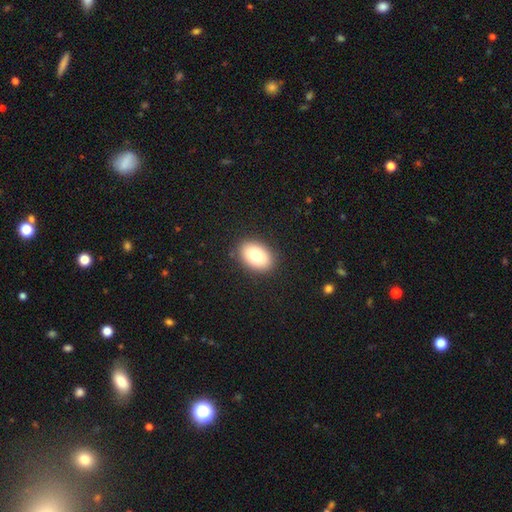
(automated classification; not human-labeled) Smooth or featured?
  - smooth: 78% *
  - featured or disk: 13%
  - star or artifact: 8%
How rounded?
  - in between: 83% *
  - round: 16%
  - cigar-shaped: 1%
Merging?
  - none: 89% *
  - minor disturbance: 8%
  - major disturbance: 2%
  - merger: 1%